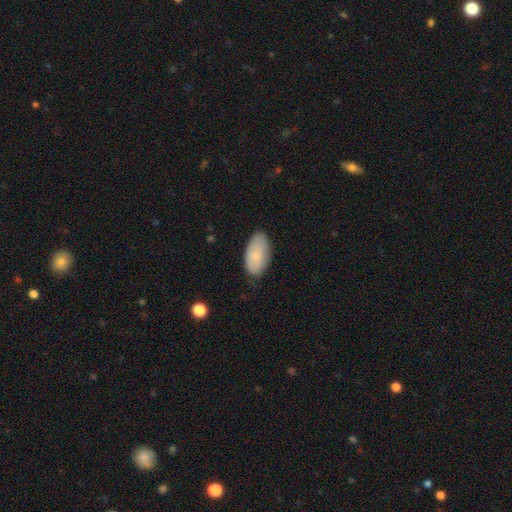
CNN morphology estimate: This is likely a smooth galaxy (79%). How rounded: clearly in between (95%). Merging: likely none (77%).